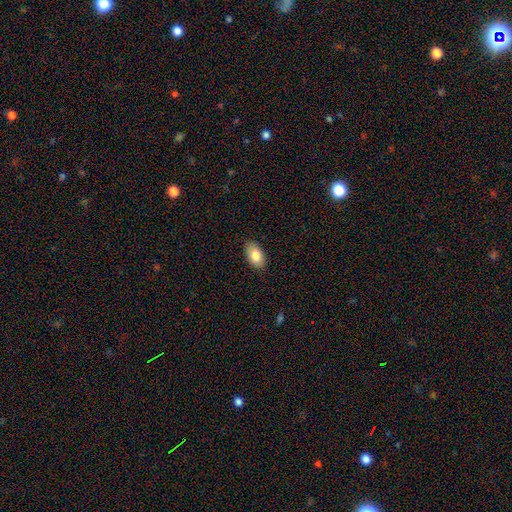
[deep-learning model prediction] smooth 83%, featured or disk 10%, star or artifact 7%. Down the decision tree: how rounded — in between (94%); merging — none (87%).